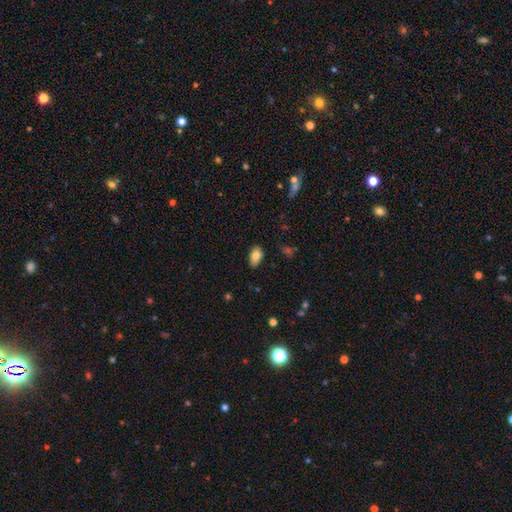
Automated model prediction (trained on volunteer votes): Smooth or featured? Predicted: smooth (p=0.79). How rounded? Predicted: in between (p=0.91). Merging? Predicted: none (p=0.79).